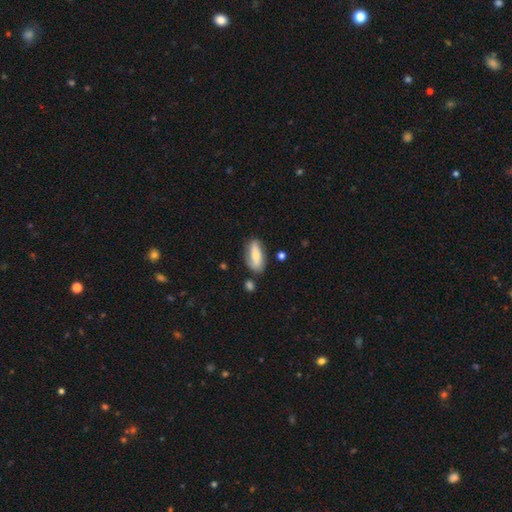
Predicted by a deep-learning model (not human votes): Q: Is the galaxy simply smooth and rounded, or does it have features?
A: smooth — 60%.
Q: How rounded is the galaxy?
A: in between — 77%.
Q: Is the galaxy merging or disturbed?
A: none — 73%.